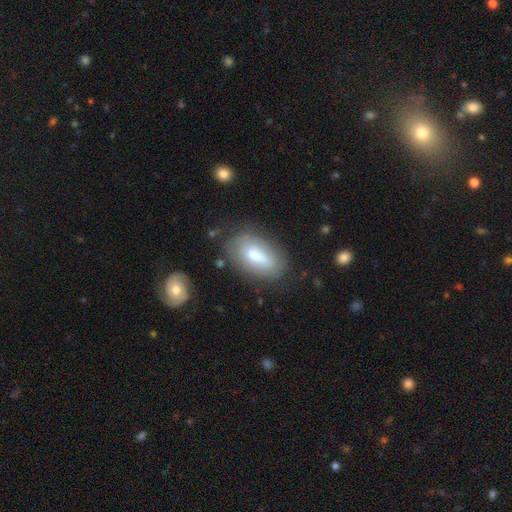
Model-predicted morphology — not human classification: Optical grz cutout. It shows a smooth galaxy with no disk features (62%) that is in between round and cigar-shaped (91%). Merging: none (76%).